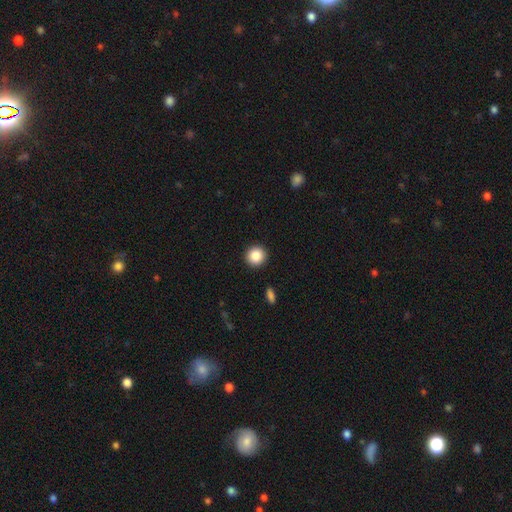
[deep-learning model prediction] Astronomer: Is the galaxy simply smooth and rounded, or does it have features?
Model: smooth — 87%.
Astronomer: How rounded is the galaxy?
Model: round — 93%.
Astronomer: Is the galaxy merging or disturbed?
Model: none — 92%.